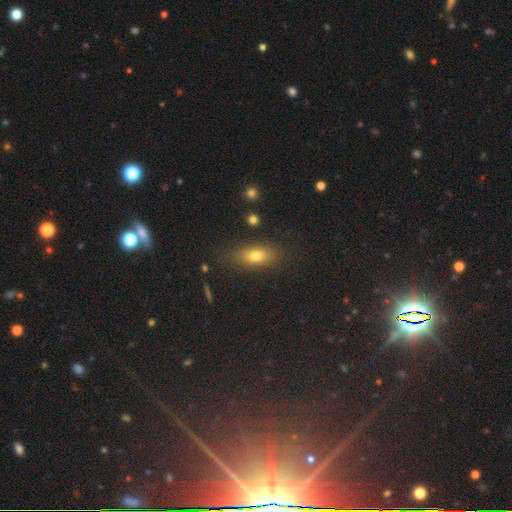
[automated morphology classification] Smooth or featured? smooth (69%)
How rounded? in between (76%)
Merging? none (82%)